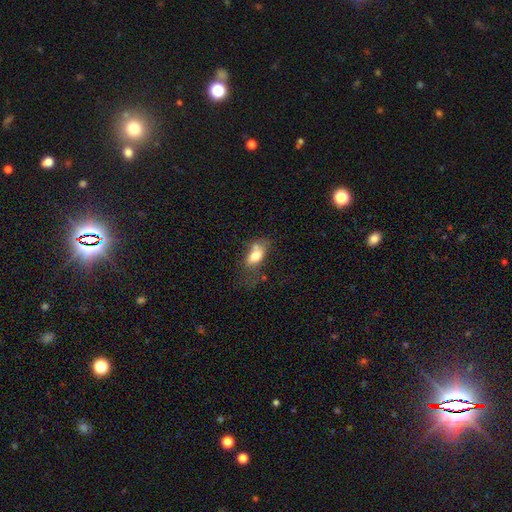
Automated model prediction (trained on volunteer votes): Q: Smooth or featured?
A: smooth (71%); runner-up: featured or disk (20%)
Q: How rounded?
A: in between (84%); runner-up: round (9%)
Q: Merging?
A: none (33%); runner-up: merger (27%)